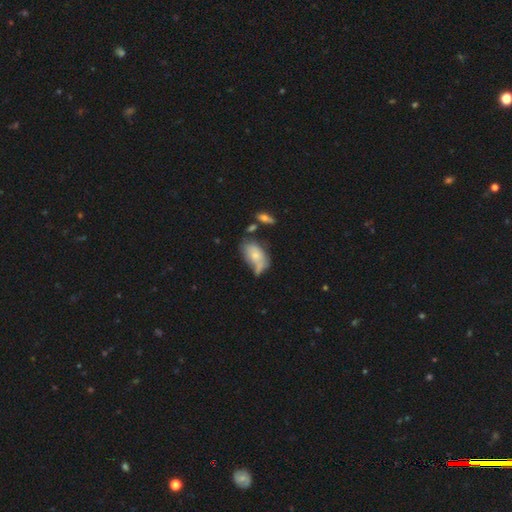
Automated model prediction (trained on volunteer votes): smooth 66%, featured or disk 27%, star or artifact 7%. Down the decision tree: how rounded — in between (91%); merging — none (36%).